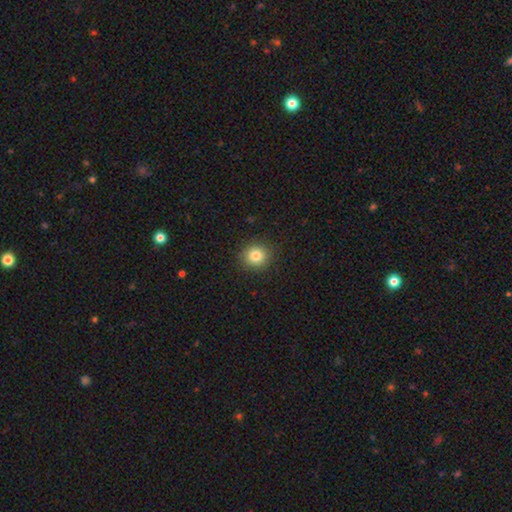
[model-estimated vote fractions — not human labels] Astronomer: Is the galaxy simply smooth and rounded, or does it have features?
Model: smooth — 82%.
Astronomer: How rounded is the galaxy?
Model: round — 85%.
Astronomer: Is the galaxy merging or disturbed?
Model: none — 90%.